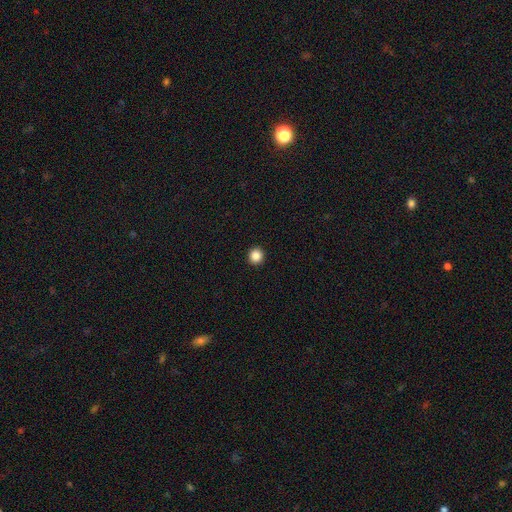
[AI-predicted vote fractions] A smooth galaxy with no disk features (86%) that is round (94%).

Vote fractions:
- Smooth or featured? smooth: 86% / star or artifact: 10% / featured or disk: 4%
- How rounded? round: 94% / in between: 5% / cigar-shaped: 1%
- Merging? none: 94% / minor disturbance: 4% / major disturbance: 1% / merger: 1%